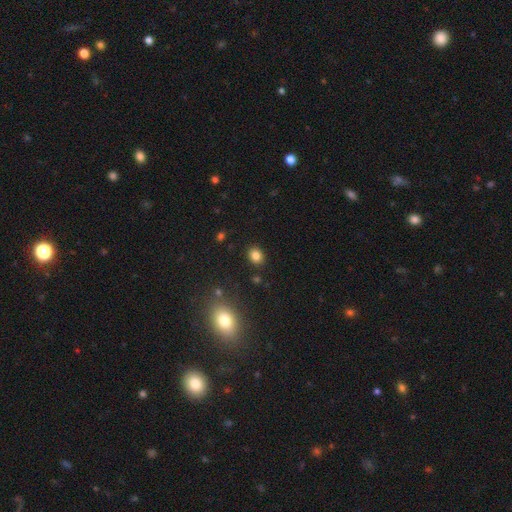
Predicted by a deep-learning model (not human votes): A smooth galaxy with no disk features (82%) that is round (51%). Merging: none (88%).